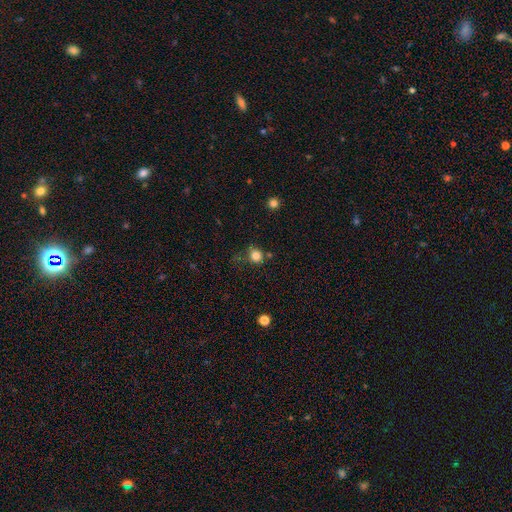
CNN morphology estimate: Smooth or featured? Predicted: smooth (p=0.81). How rounded? Predicted: round (p=0.78). Merging? Predicted: none (p=0.57).